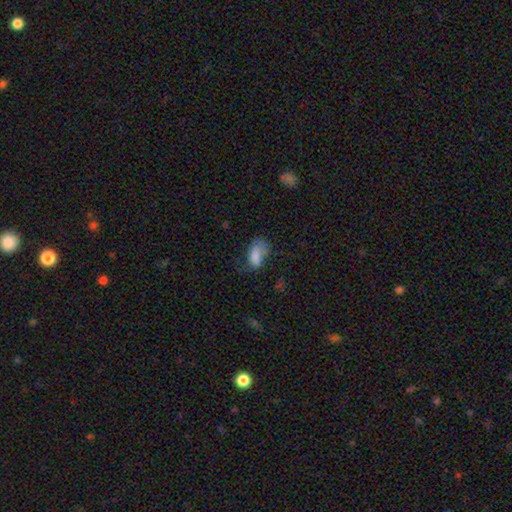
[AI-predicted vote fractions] smooth 76%, featured or disk 14%, star or artifact 10%. Down the decision tree: how rounded — in between (89%); merging — none (36%).